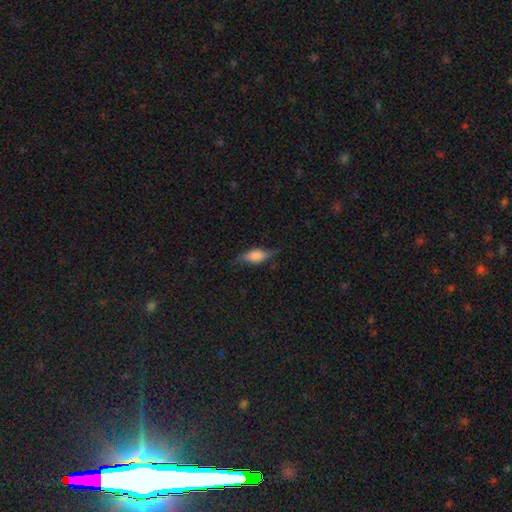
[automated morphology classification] smooth-or-featured: smooth: 59% | featured or disk: 33% | star or artifact: 8%
  how-rounded: in between: 74% | cigar-shaped: 21% | round: 5%
  merging: none: 68% | minor disturbance: 24% | major disturbance: 7% | merger: 1%